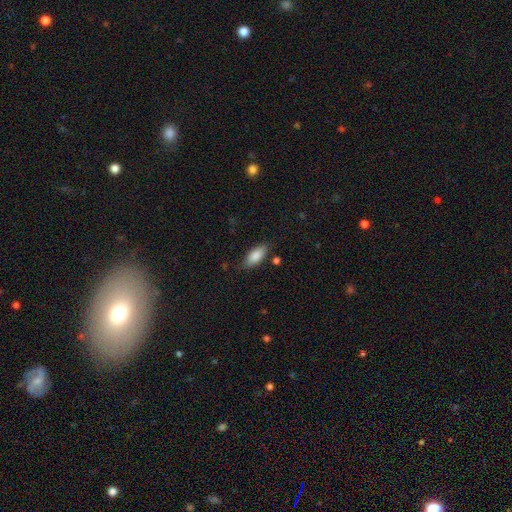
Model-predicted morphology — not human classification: This is clearly a smooth galaxy (85%). How rounded: clearly in between (84%). Merging: likely none (78%).